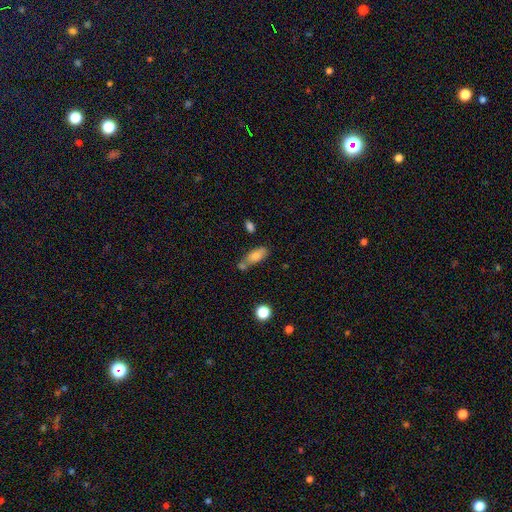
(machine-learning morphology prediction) This is clearly a smooth galaxy (80%). How rounded: clearly in between (82%). Merging: possibly none (51%).